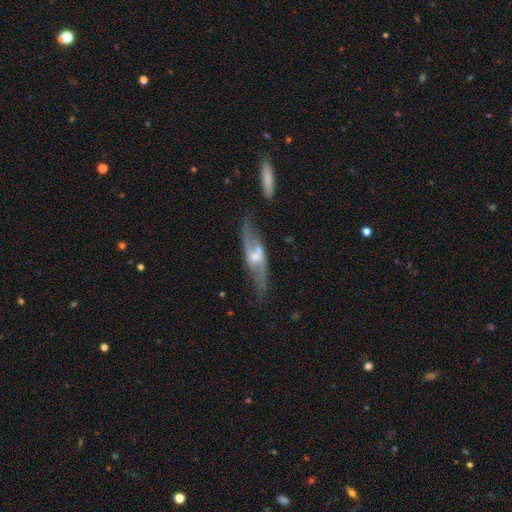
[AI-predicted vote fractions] smooth_or_featured: featured or disk (p=0.75) [alt: smooth p=0.19]
disk_edge_on: no (p=0.65) [alt: yes p=0.35]
merging: none (p=0.63) [alt: minor disturbance p=0.20]